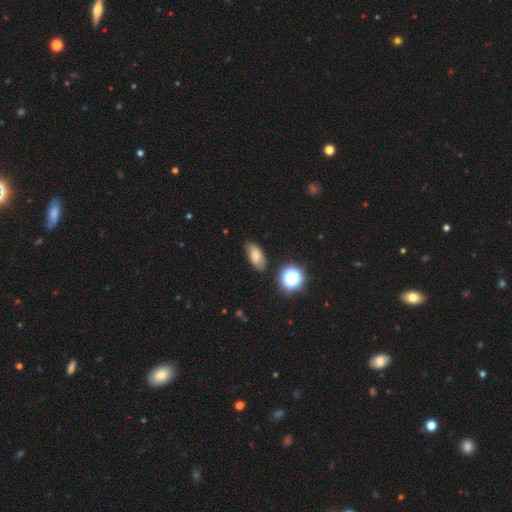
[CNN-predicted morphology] Overall: smooth (73%). How rounded: in between (88%). Merging: none (81%).